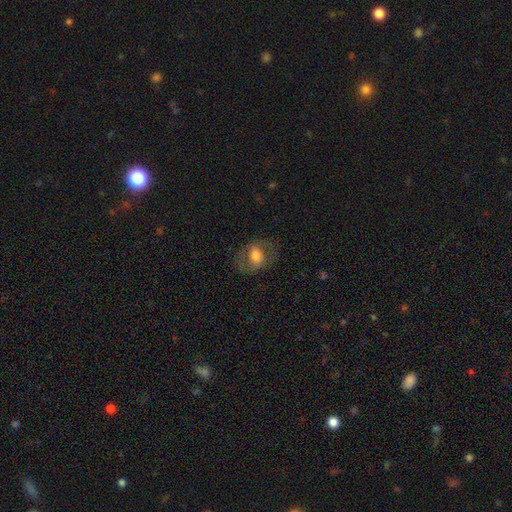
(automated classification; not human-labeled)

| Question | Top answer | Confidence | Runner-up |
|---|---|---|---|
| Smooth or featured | smooth | 55% | featured or disk (37%) |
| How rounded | in between | 66% | round (32%) |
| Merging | none | 71% | minor disturbance (16%) |